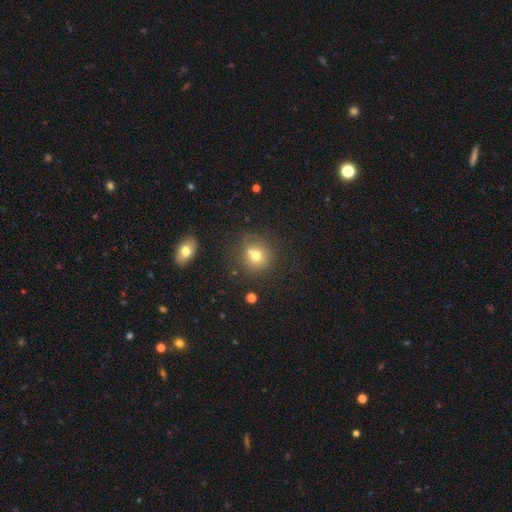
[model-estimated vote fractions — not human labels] Overall: smooth (69%). How rounded: round (87%). Merging: none (59%; merger 25%).